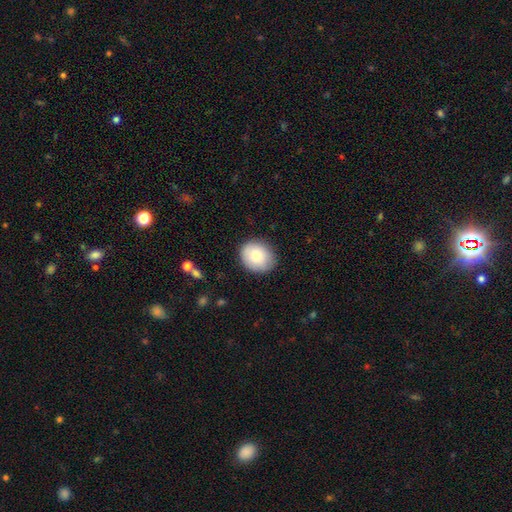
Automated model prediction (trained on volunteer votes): smooth 80%, featured or disk 13%, star or artifact 8%. Down the decision tree: how rounded — round (64%); merging — none (85%).